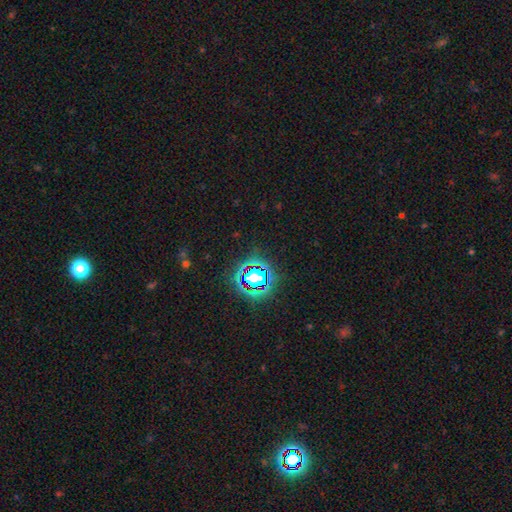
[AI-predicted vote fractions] star or artifact 78%, smooth 14%, featured or disk 8%.